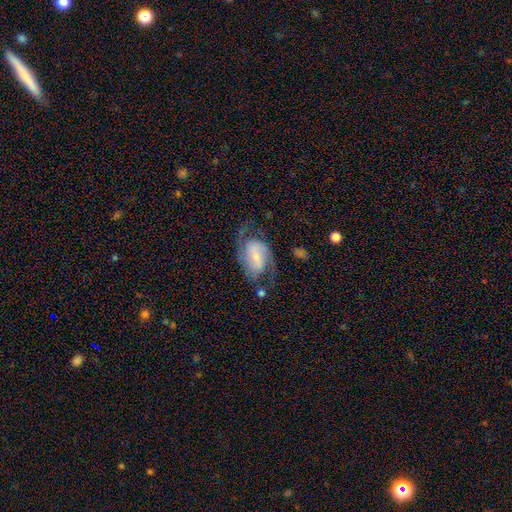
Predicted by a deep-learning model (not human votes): featured or disk 74%, smooth 19%, star or artifact 7%. Down the decision tree: edge-on disk — no (97%); bar — weak (45%); spiral arms — yes (92%); spiral arm count — 2 (84%); spiral winding — medium (49%); bulge size — small (58%); merging — none (54%).